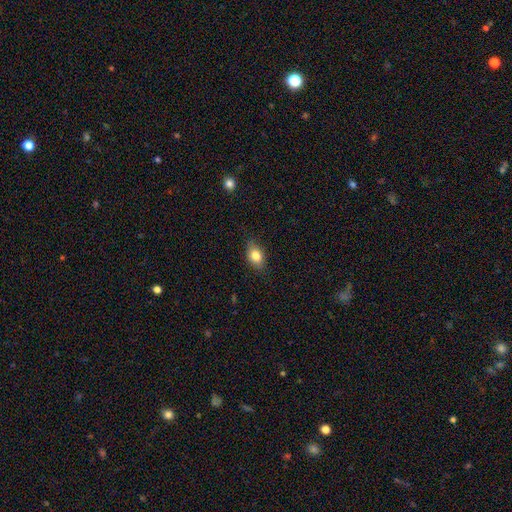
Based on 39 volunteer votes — Smooth or featured? smooth (87%)
How rounded? in between (88%)
Merging? none (86%)